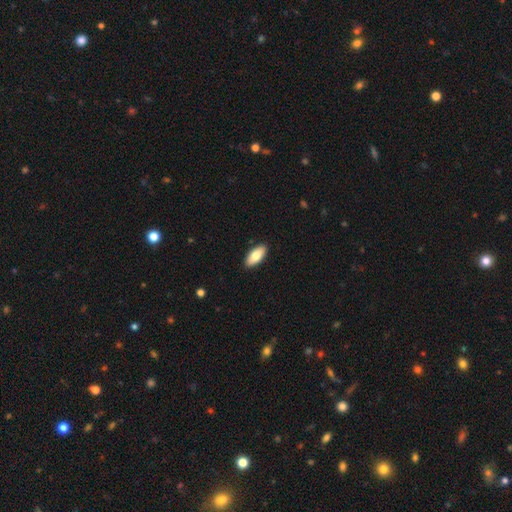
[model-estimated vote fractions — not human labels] Q: Smooth or featured?
A: smooth (80%); runner-up: featured or disk (14%)
Q: How rounded?
A: in between (86%); runner-up: cigar-shaped (11%)
Q: Merging?
A: none (90%); runner-up: minor disturbance (7%)